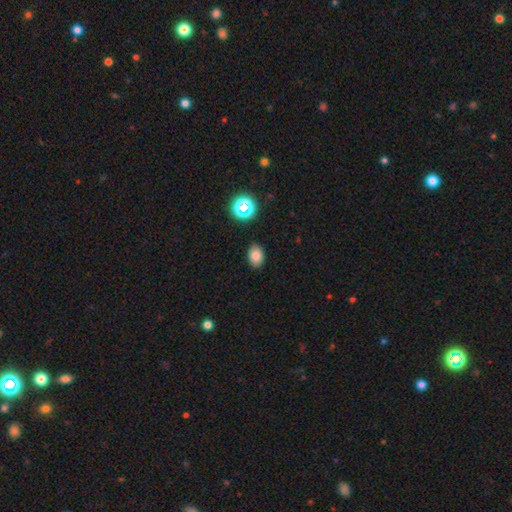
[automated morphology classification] Smooth or featured? Predicted: smooth (p=0.79). How rounded? Predicted: in between (p=0.75). Merging? Predicted: none (p=0.86).